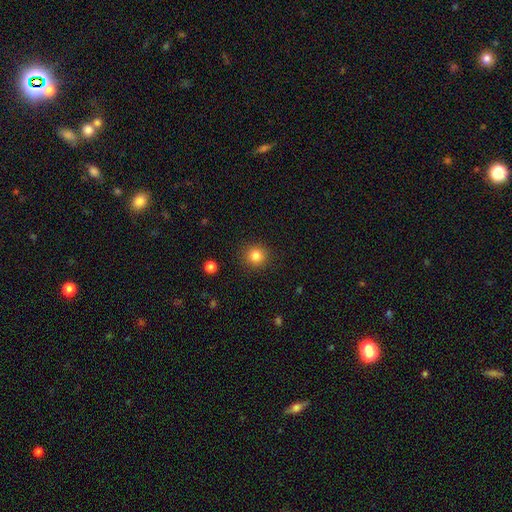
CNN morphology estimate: This appears to be a smooth galaxy with no disk features (83%) that is round (92%). Merging: none (90%).